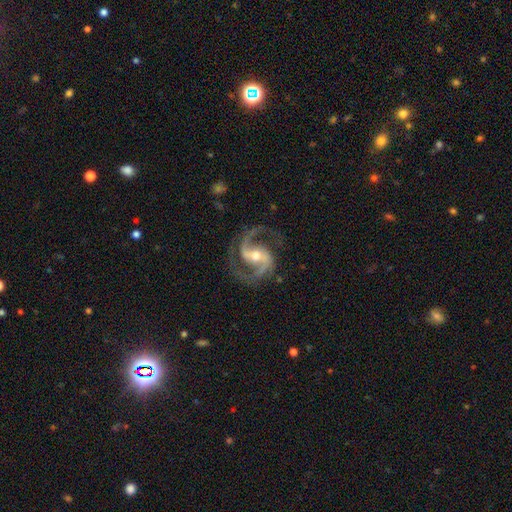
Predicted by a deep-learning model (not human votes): smooth-or-featured: featured or disk: 94% | star or artifact: 4% | smooth: 2%
  disk-edge-on: no: 98% | yes: 2%
    bar: weak: 43% | strong: 30% | no: 27%
    has-spiral-arms: yes: 99% | no: 1%
      spiral-winding: medium: 68% | loose: 17% | tight: 15%
      spiral-arm-count: 2: 92% | 3: 3% | can't tell: 1% | 1: 1% | 4: 1% | more than 4: 1%
    bulge-size: moderate: 65% | small: 27% | large: 5% | none: 1% | dominant: 1%
  merging: none: 80% | minor disturbance: 13% | major disturbance: 6% | merger: 1%